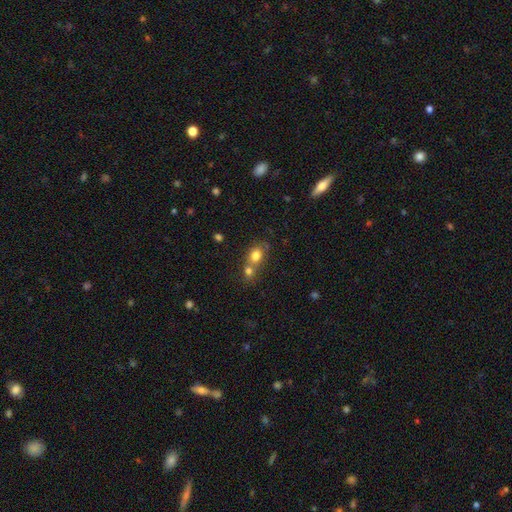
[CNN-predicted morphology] A smooth galaxy with no disk features (77%) that is in between round and cigar-shaped (49%, tied with round). Merging: merger (55%).